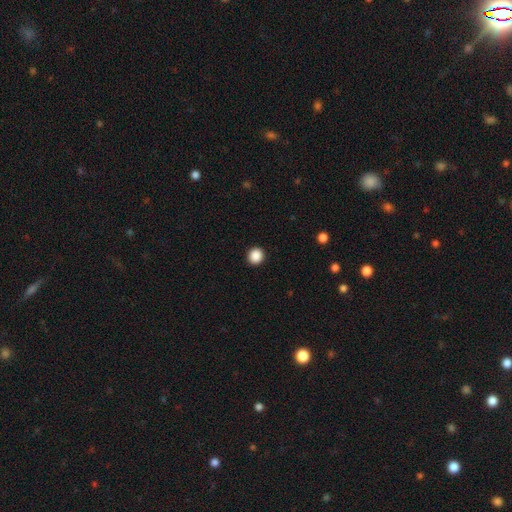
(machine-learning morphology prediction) Smooth or featured?
  - smooth: 89% *
  - star or artifact: 9%
  - featured or disk: 2%
How rounded?
  - round: 93% *
  - in between: 6%
  - cigar-shaped: 1%
Merging?
  - none: 93% *
  - minor disturbance: 4%
  - major disturbance: 2%
  - merger: 1%